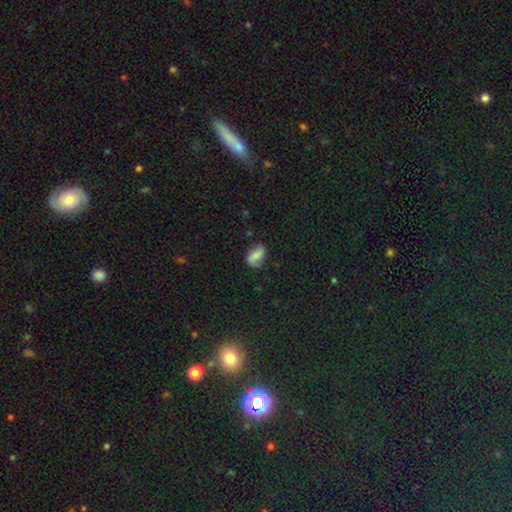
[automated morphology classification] A smooth galaxy with no disk features (66%) that is in between round and cigar-shaped (86%).

Vote fractions:
- Smooth or featured? smooth: 66% / featured or disk: 25% / star or artifact: 9%
- How rounded? in between: 86% / round: 11% / cigar-shaped: 3%
- Merging? none: 68% / minor disturbance: 23% / major disturbance: 7% / merger: 2%